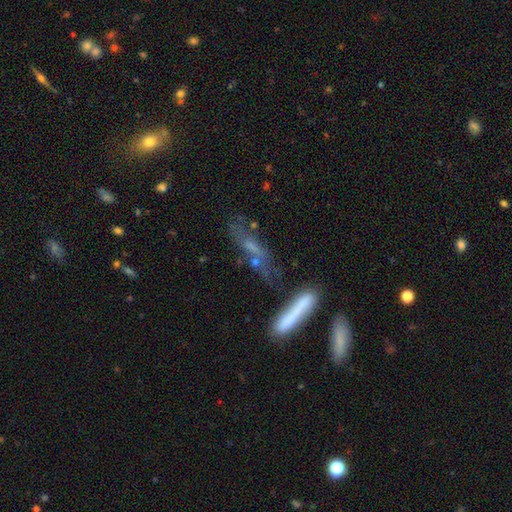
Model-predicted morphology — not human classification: Overall: smooth (43%; featured or disk 42%). Merging: none (55%; minor disturbance 18%).